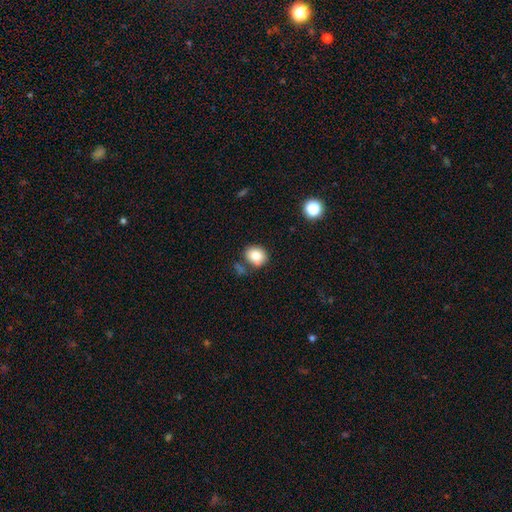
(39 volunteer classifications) Q: Smooth or featured?
A: smooth (85%); runner-up: star or artifact (10%)
Q: How rounded?
A: round (70%); runner-up: in between (30%)
Q: Merging?
A: none (69%); runner-up: minor disturbance (17%)